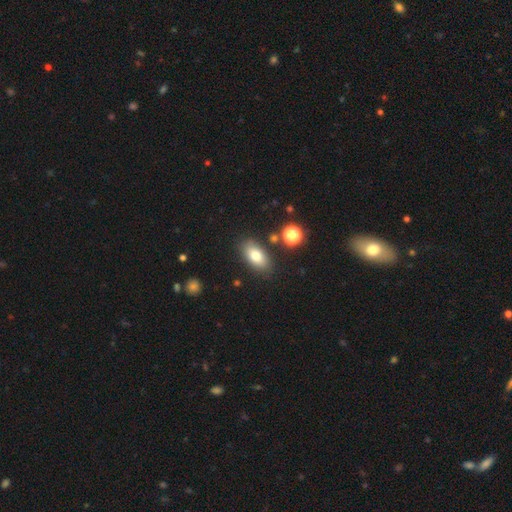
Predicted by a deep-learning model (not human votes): Morphology: type=smooth (77%); roundness=in between (89%); merging=none (82%).